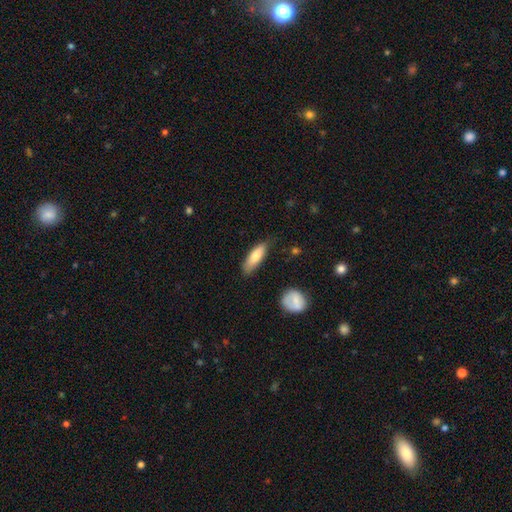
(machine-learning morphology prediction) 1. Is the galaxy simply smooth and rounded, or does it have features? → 76% smooth, 18% featured or disk, 6% star or artifact.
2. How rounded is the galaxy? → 49% cigar-shaped (tied), 49% in between (tied), 2% round.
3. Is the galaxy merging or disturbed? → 75% none, 19% minor disturbance, 3% major disturbance, 2% merger.